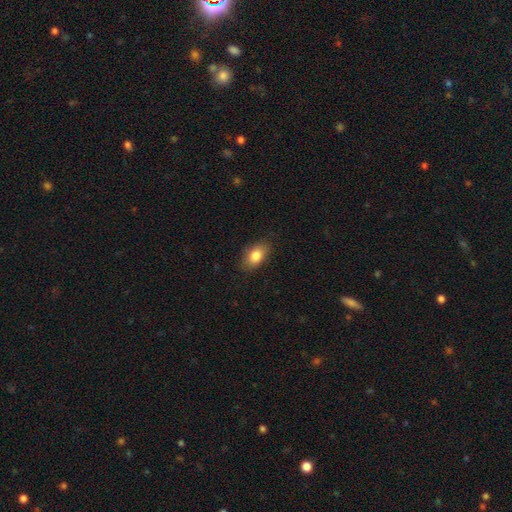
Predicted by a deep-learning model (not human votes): A smooth galaxy with no disk features (83%) that is in between round and cigar-shaped (88%). Merging: none (82%).